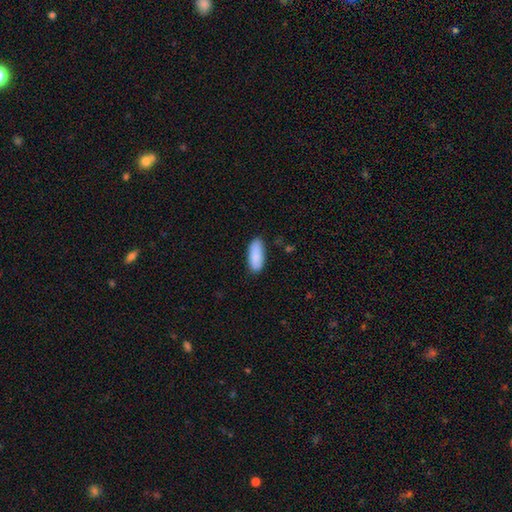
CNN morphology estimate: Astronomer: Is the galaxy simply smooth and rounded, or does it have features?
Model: smooth — 88%.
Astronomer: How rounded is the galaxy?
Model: in between — 79%.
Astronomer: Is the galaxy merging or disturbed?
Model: none — 83%.